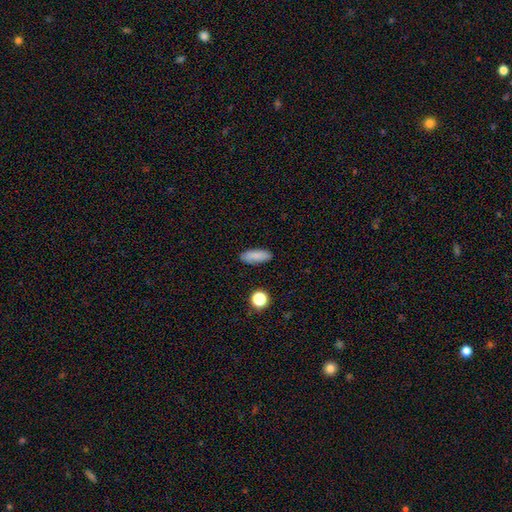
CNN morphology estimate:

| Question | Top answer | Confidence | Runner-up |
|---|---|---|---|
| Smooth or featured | smooth | 85% | star or artifact (9%) |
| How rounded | in between | 71% | cigar-shaped (26%) |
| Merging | none | 86% | minor disturbance (10%) |